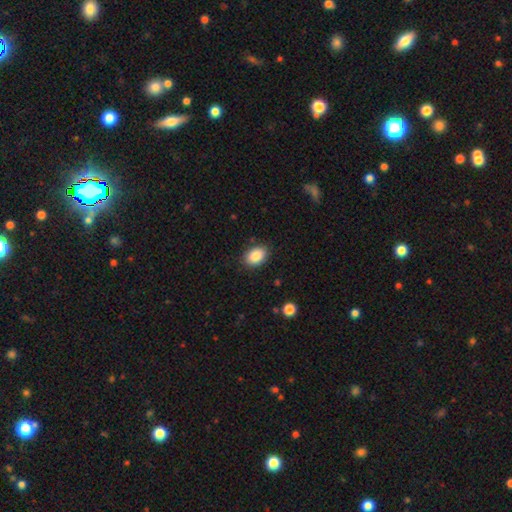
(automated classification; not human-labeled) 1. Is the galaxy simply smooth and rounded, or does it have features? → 87% smooth, 8% star or artifact, 5% featured or disk.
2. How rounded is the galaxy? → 83% in between, 16% round, 1% cigar-shaped.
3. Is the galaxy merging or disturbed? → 87% none, 10% minor disturbance, 2% major disturbance, 1% merger.